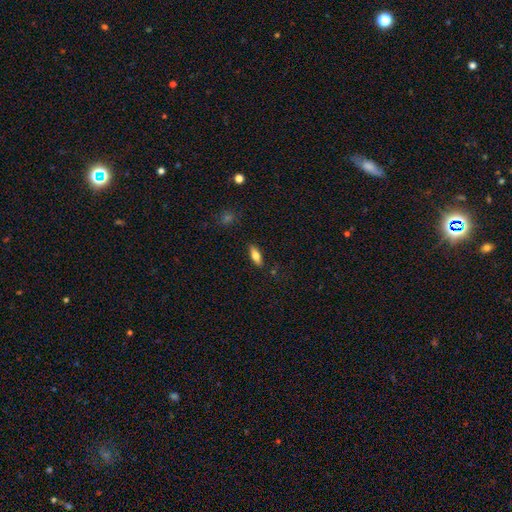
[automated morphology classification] Smooth or featured?
  - smooth: 67% *
  - featured or disk: 25%
  - star or artifact: 7%
How rounded?
  - in between: 72% *
  - cigar-shaped: 25%
  - round: 3%
Merging?
  - none: 86% *
  - minor disturbance: 10%
  - major disturbance: 2%
  - merger: 2%